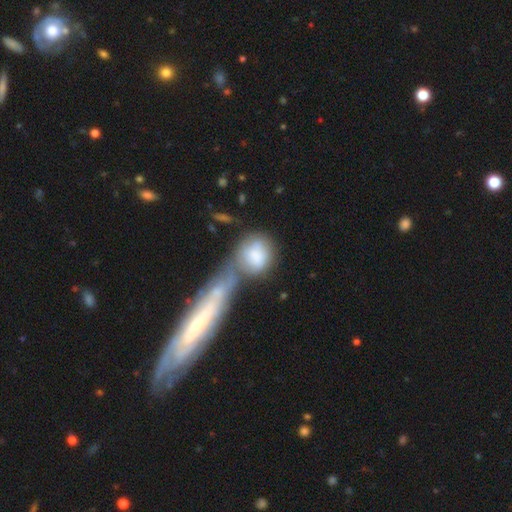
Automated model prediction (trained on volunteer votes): Morphology: type=smooth (73%); roundness=round (63%); merging=merger (53%).